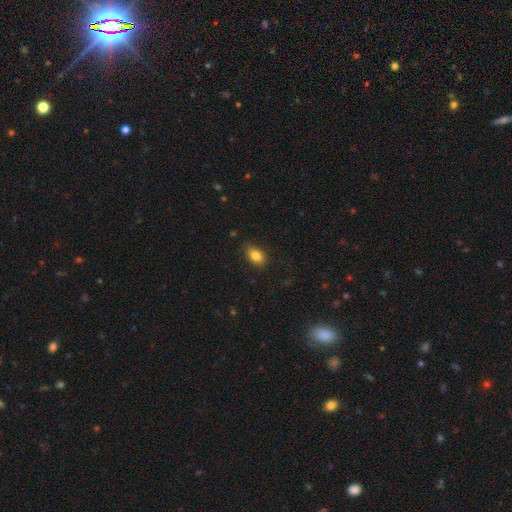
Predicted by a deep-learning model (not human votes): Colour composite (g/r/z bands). It shows a smooth galaxy with no disk features (83%) that is in between round and cigar-shaped (82%). Merging: none (80%).